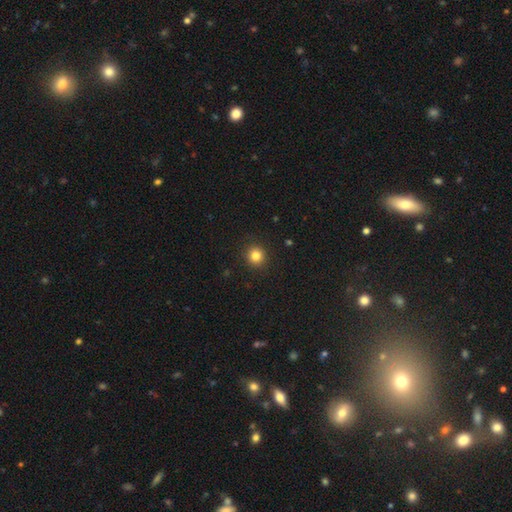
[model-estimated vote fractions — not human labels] A smooth galaxy with no disk features (83%) that is round (91%). Merging: none (91%).